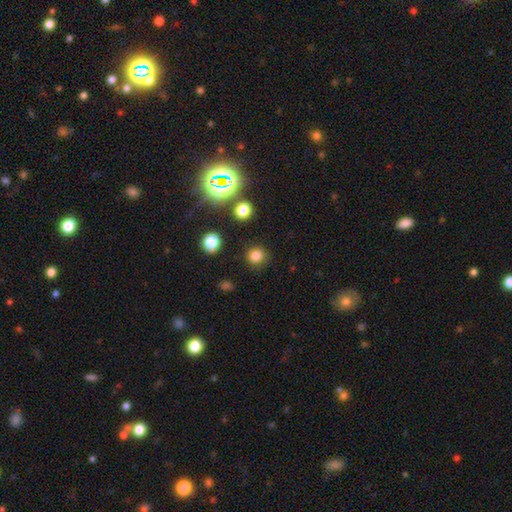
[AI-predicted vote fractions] The model was most divided on "smooth or featured": smooth: 79%, star or artifact: 16%, featured or disk: 5%. More confident: how rounded — round (90%); merging — none (87%).